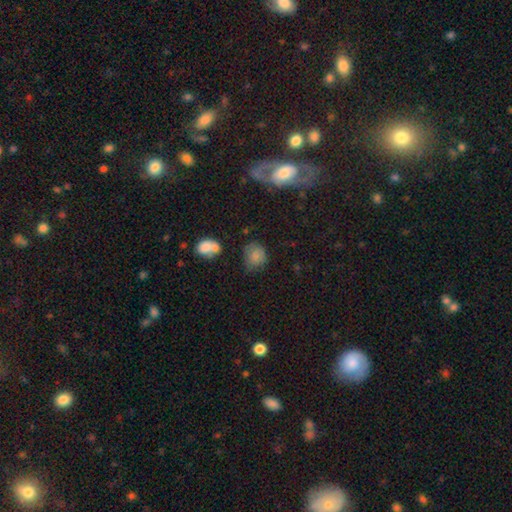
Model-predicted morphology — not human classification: Smooth or featured? Predicted: smooth (p=0.76). How rounded? Predicted: round (p=0.65). Merging? Predicted: none (p=0.58).